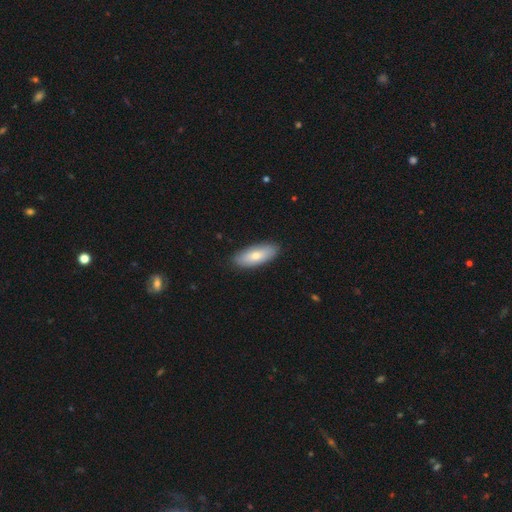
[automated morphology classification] A smooth galaxy with no disk features (71%) that is in between round and cigar-shaped (77%). Merging: none (89%).